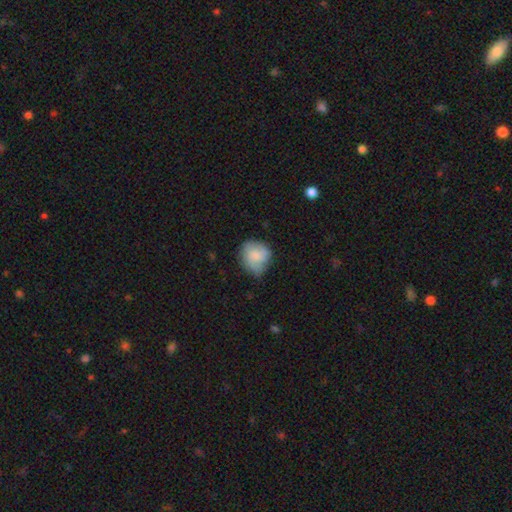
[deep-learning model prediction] smooth_or_featured: smooth (p=0.71) [alt: featured or disk p=0.22]
how_rounded: round (p=0.79) [alt: in between p=0.20]
merging: none (p=0.53) [alt: minor disturbance p=0.36]